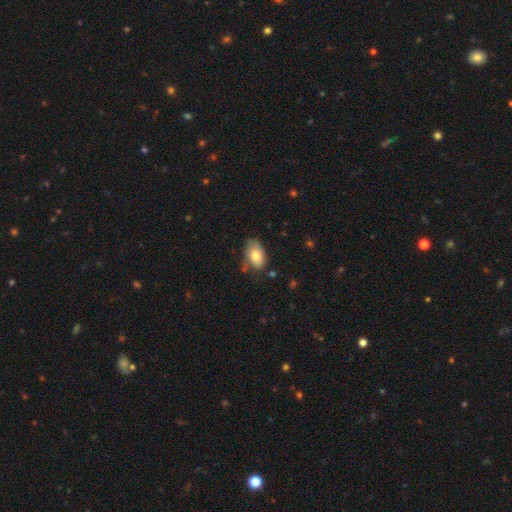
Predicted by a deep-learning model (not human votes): This is likely a smooth galaxy (78%). How rounded: clearly in between (92%). Merging: likely none (61%).